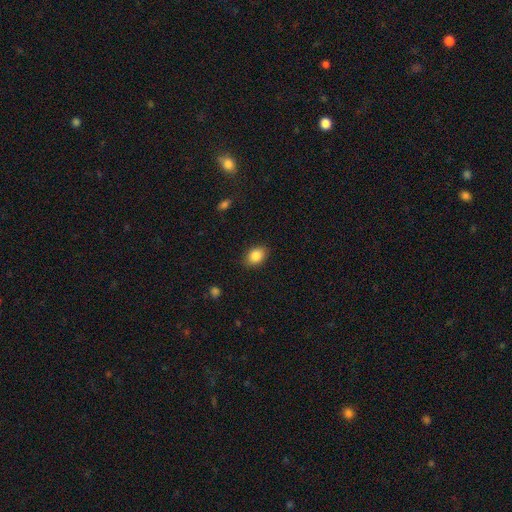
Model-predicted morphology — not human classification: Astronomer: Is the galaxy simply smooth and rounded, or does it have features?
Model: smooth — 86%.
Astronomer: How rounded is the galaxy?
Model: in between — 69%.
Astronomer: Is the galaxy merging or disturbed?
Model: none — 85%.